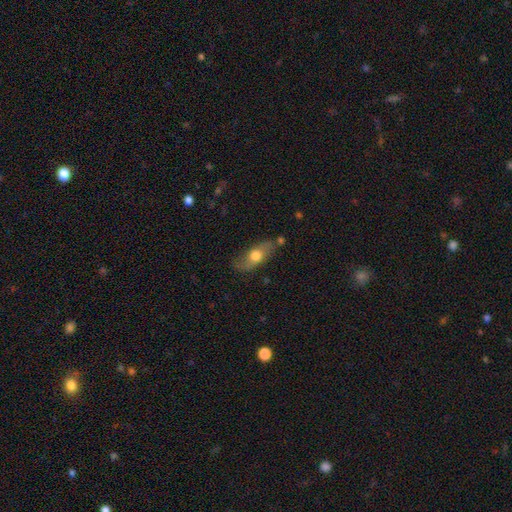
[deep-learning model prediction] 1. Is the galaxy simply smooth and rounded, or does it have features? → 58% smooth, 35% featured or disk, 6% star or artifact.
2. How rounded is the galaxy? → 70% in between, 25% cigar-shaped, 6% round.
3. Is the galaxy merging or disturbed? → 70% none, 19% minor disturbance, 5% major disturbance, 5% merger.